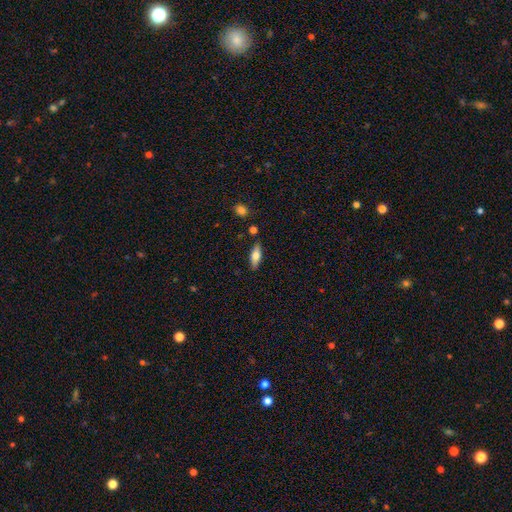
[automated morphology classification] Smooth or featured?
  - smooth: 64% *
  - featured or disk: 29%
  - star or artifact: 7%
How rounded?
  - in between: 66% *
  - cigar-shaped: 32%
  - round: 3%
Merging?
  - none: 83% *
  - minor disturbance: 11%
  - merger: 3%
  - major disturbance: 2%